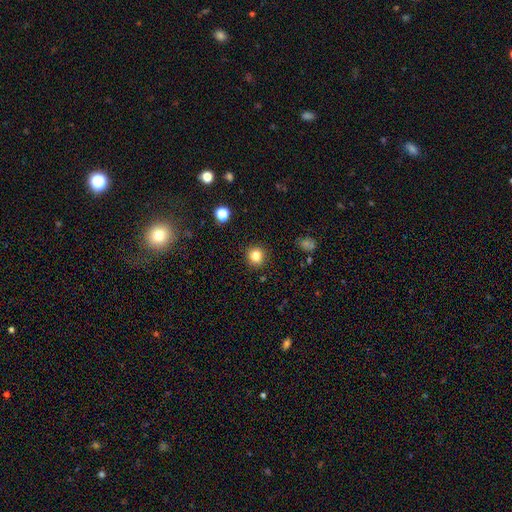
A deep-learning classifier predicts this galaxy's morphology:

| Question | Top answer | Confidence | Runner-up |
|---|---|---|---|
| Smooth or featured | smooth | 83% | star or artifact (12%) |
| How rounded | round | 90% | in between (9%) |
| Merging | none | 90% | minor disturbance (6%) |